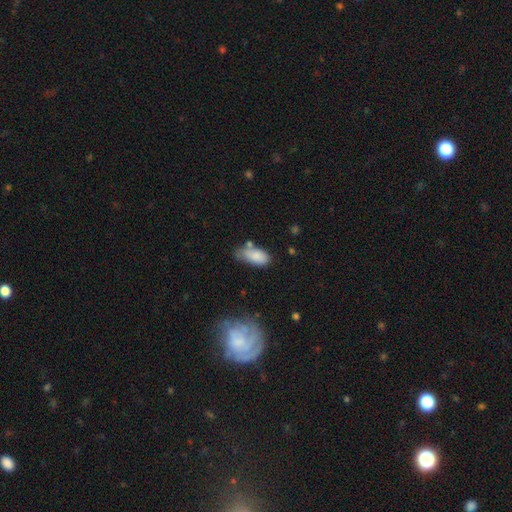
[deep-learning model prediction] This appears to be a smooth galaxy with no disk features (83%) that is in between round and cigar-shaped (90%). Merging: none (43%).